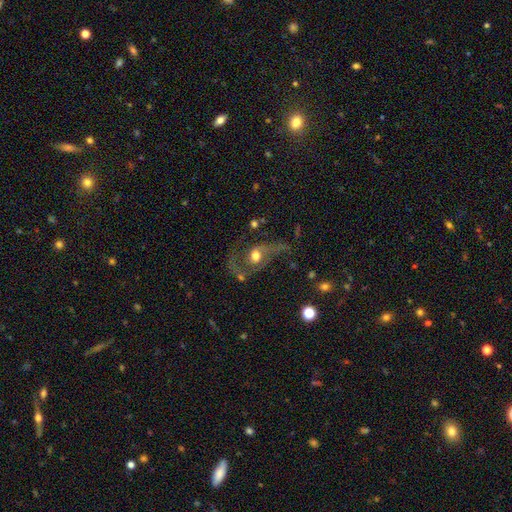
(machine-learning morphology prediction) This is likely a featured or disk galaxy (66%). It is clearly not viewed edge-on (96%). Bar: likely no (69%). Spiral arm pattern: likely yes (77%). Central bulge: likely moderate (61%). Merging: marginally major disturbance (39%).